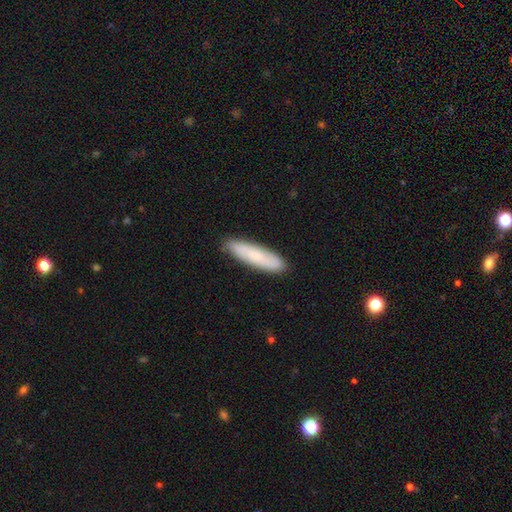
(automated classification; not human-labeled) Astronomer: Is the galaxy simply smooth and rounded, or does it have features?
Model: smooth — 72%.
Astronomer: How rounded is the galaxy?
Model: cigar-shaped — 73%.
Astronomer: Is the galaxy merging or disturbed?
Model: none — 88%.